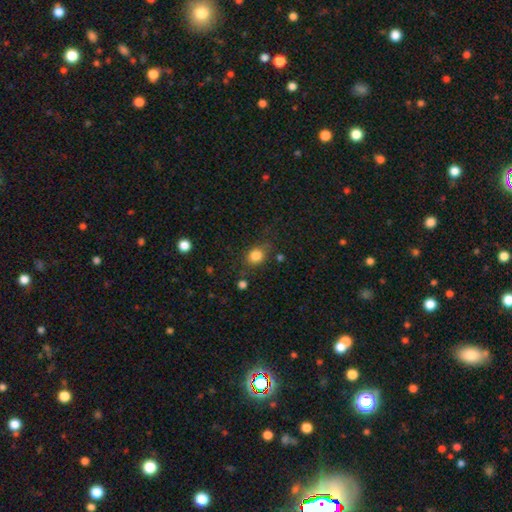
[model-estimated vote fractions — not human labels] Q: Smooth or featured?
A: smooth (82%); runner-up: star or artifact (11%)
Q: How rounded?
A: round (66%); runner-up: in between (33%)
Q: Merging?
A: none (74%); runner-up: minor disturbance (16%)